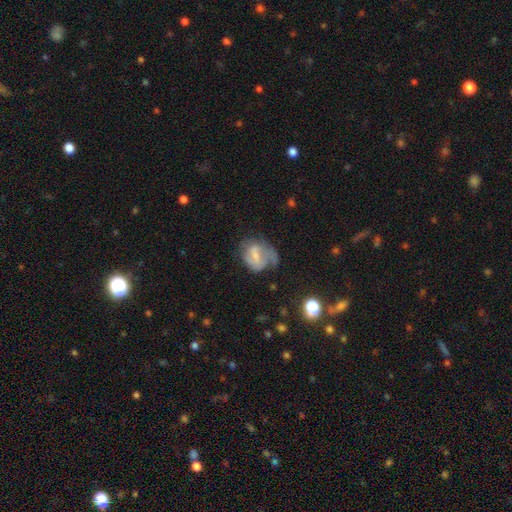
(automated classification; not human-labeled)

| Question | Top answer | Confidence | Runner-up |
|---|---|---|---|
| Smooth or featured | featured or disk | 57% | smooth (35%) |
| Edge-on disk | no | 97% | yes (3%) |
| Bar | weak | 50% | no (28%) |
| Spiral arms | yes | 71% | no (29%) |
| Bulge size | small | 45% | moderate (29%) |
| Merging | none | 34% | tied: major disturbance (34%) |